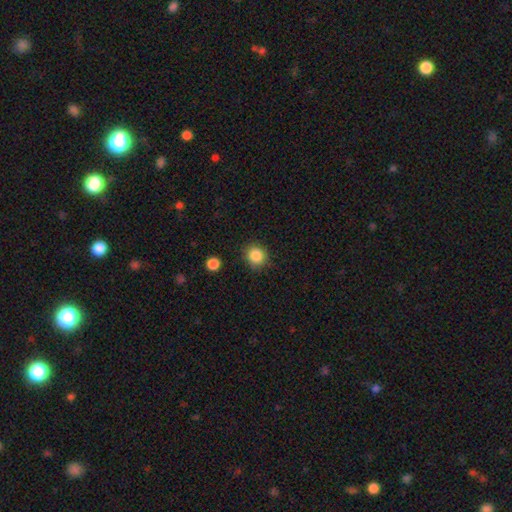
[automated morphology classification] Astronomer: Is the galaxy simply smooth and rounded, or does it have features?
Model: smooth — 86%.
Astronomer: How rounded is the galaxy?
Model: round — 87%.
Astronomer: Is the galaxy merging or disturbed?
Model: none — 87%.